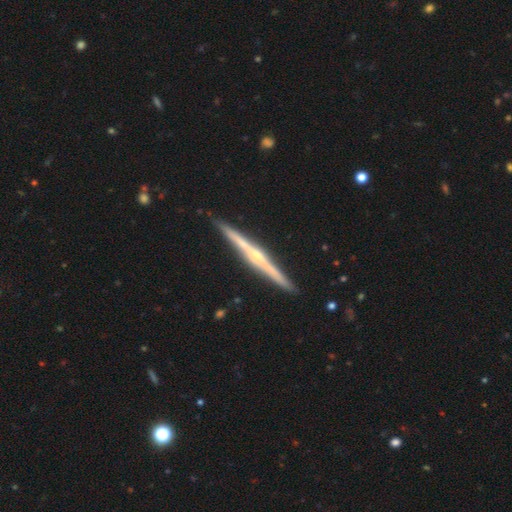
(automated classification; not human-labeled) smooth-or-featured: featured or disk: 82% | smooth: 13% | star or artifact: 5%
  disk-edge-on: yes: 98% | no: 2%
    edge-on-bulge: rounded: 75% | none: 19% | boxy: 6%
  merging: none: 91% | minor disturbance: 6% | merger: 1% | major disturbance: 1%